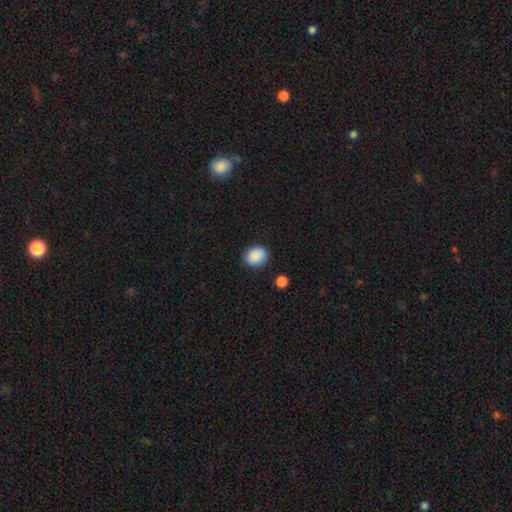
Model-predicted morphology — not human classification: Overall: smooth (88%). How rounded: round (58%; in between 41%). Merging: none (83%).